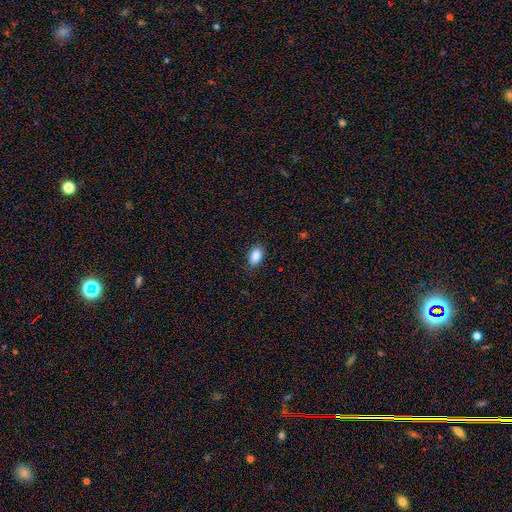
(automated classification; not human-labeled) smooth-or-featured: smooth: 87% | star or artifact: 8% | featured or disk: 5%
  how-rounded: in between: 87% | round: 12% | cigar-shaped: 2%
  merging: none: 83% | minor disturbance: 13% | major disturbance: 3% | merger: 1%